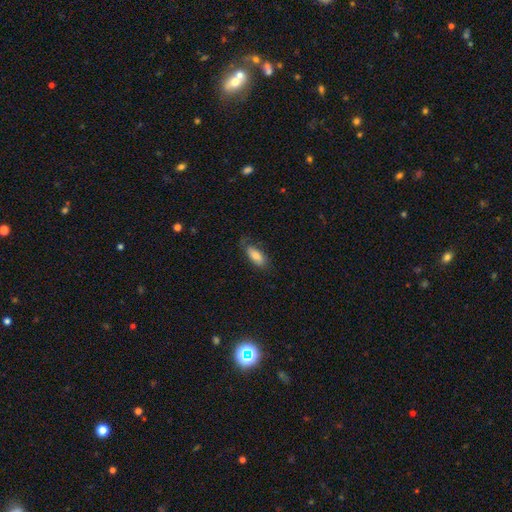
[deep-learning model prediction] Smooth or featured: smooth — 80% (featured or disk — 13%)
How rounded: in between — 85% (cigar-shaped — 12%)
Merging: none — 63% (minor disturbance — 26%)